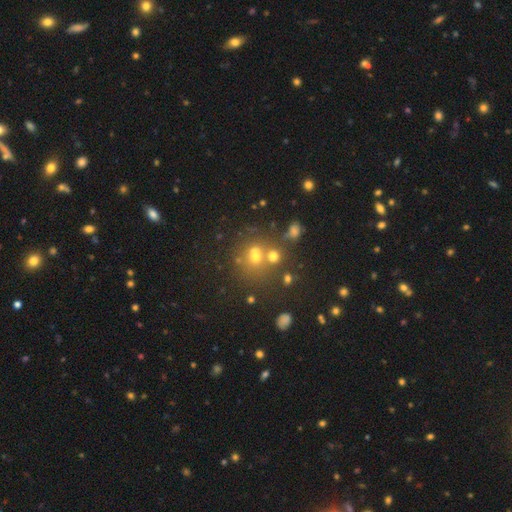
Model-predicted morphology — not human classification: This is possibly a smooth galaxy (54%). How rounded: likely round (77%). Merging: possibly none (47%).